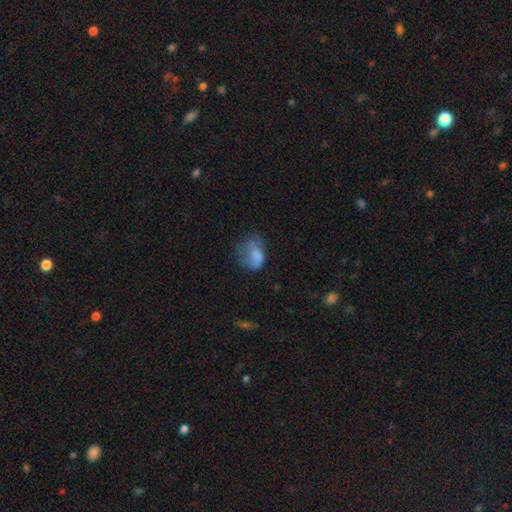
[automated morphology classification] This is likely a smooth galaxy (70%). How rounded: likely in between (75%). Merging: marginally major disturbance (36%).